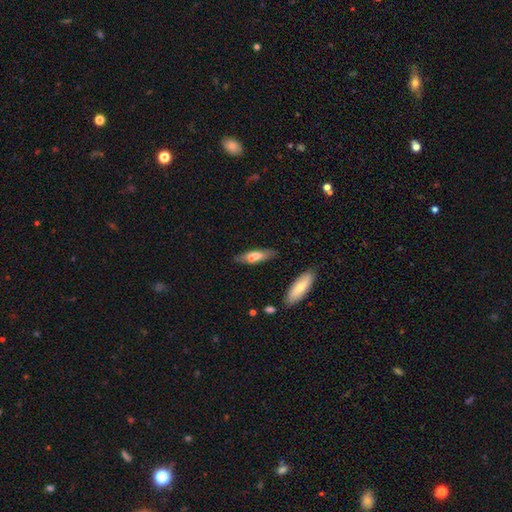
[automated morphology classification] Q: Smooth or featured?
A: smooth (62%); runner-up: featured or disk (32%)
Q: How rounded?
A: cigar-shaped (58%); runner-up: in between (40%)
Q: Merging?
A: none (71%); runner-up: minor disturbance (14%)